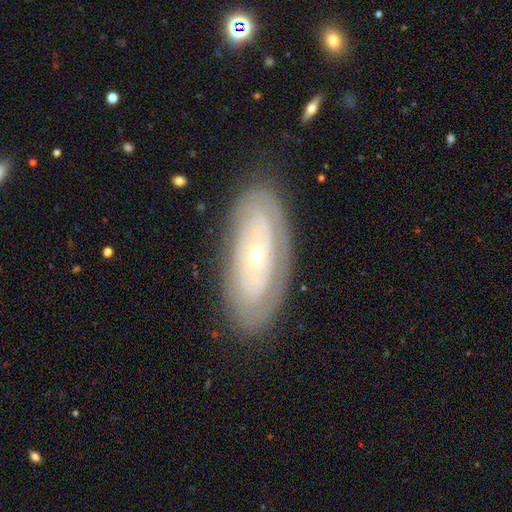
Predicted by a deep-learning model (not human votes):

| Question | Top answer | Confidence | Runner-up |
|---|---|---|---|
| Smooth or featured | featured or disk | 71% | smooth (22%) |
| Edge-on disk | no | 88% | yes (12%) |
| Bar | no | 87% | weak (9%) |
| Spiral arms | yes | 57% | no (43%) |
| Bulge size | small | 66% | moderate (31%) |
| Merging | none | 81% | minor disturbance (13%) |